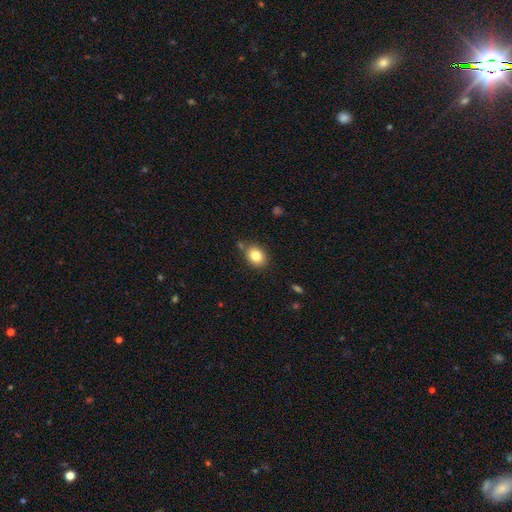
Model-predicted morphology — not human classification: smooth-or-featured: smooth: 83% | star or artifact: 10% | featured or disk: 8%
  how-rounded: in between: 50% | round: 49% | cigar-shaped: 1%
  merging: none: 77% | minor disturbance: 14% | merger: 6% | major disturbance: 3%